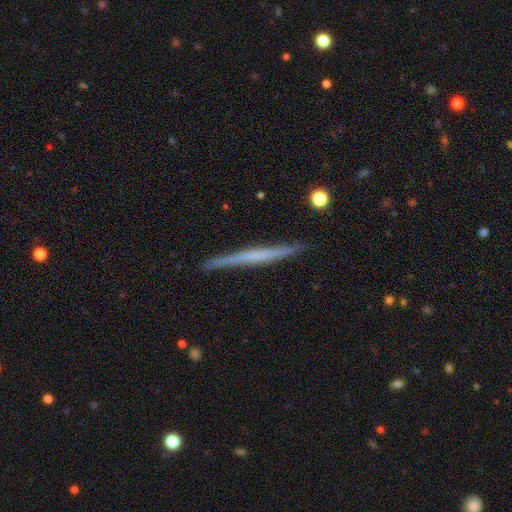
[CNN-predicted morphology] featured or disk 58%, smooth 37%, star or artifact 5%. Down the decision tree: edge-on disk — yes (97%); edge-on bulge — none (83%); merging — none (89%).